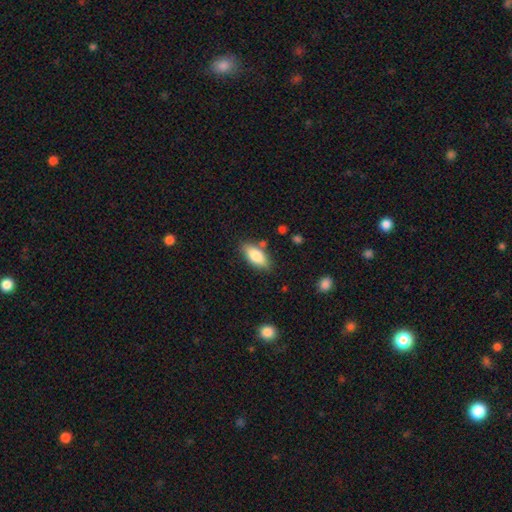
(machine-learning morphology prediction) Smooth or featured?
  - smooth: 81% *
  - featured or disk: 12%
  - star or artifact: 7%
How rounded?
  - in between: 83% *
  - cigar-shaped: 14%
  - round: 3%
Merging?
  - none: 80% *
  - minor disturbance: 13%
  - merger: 4%
  - major disturbance: 3%